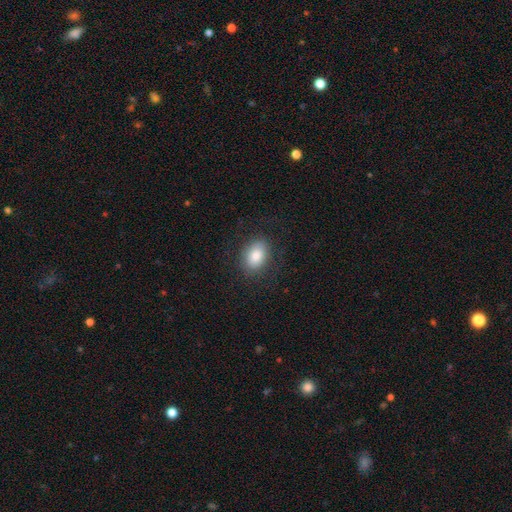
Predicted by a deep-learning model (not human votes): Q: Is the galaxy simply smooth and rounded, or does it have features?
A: smooth — 82%.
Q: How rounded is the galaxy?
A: in between — 75%.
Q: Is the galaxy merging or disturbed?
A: none — 83%.